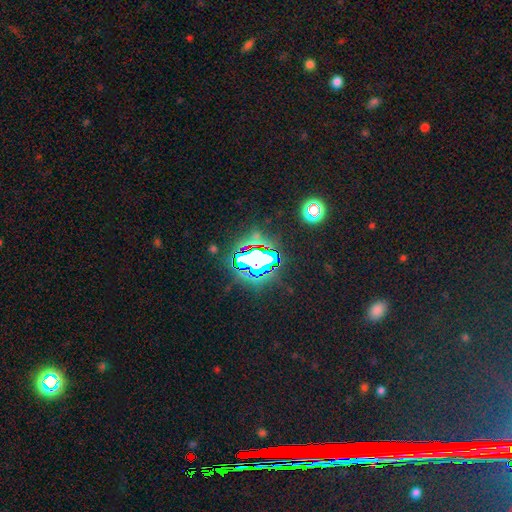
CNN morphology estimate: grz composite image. It shows a star or artifact, not a galaxy (73%).